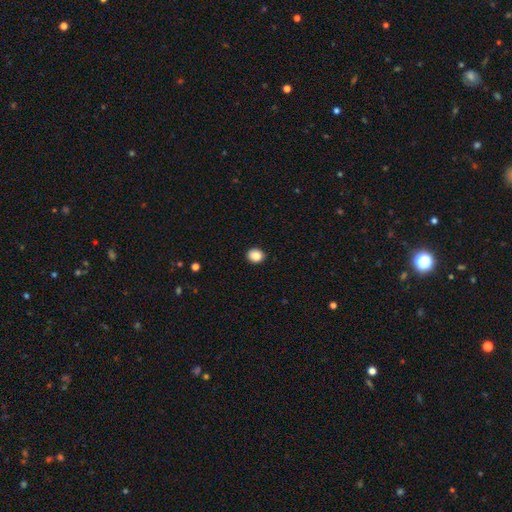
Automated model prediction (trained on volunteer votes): The model was most divided on "how rounded": round: 66%, in between: 33%, cigar-shaped: 1%. More confident: merging — none (91%); smooth or featured — smooth (87%).